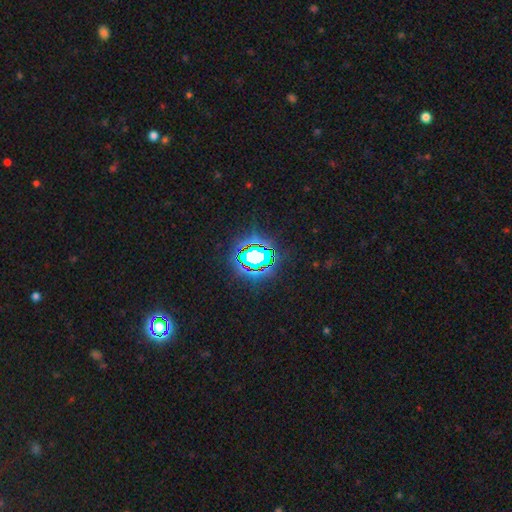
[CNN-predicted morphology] The model was most divided on "smooth or featured": star or artifact: 70%, smooth: 17%, featured or disk: 13%.